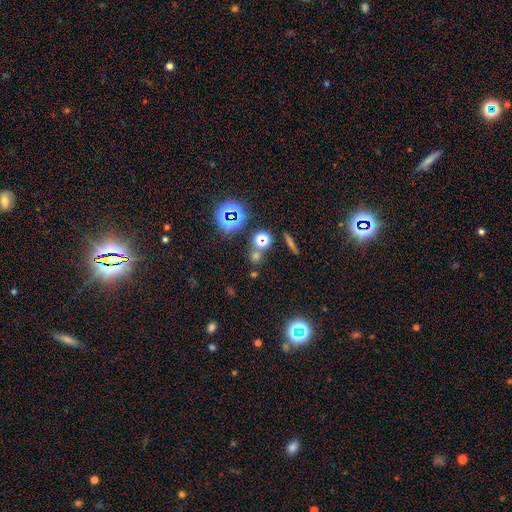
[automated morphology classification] Smooth or featured?
  - smooth: 49% *
  - star or artifact: 42%
  - featured or disk: 10%
Merging?
  - none: 72% *
  - merger: 16%
  - minor disturbance: 8%
  - major disturbance: 4%